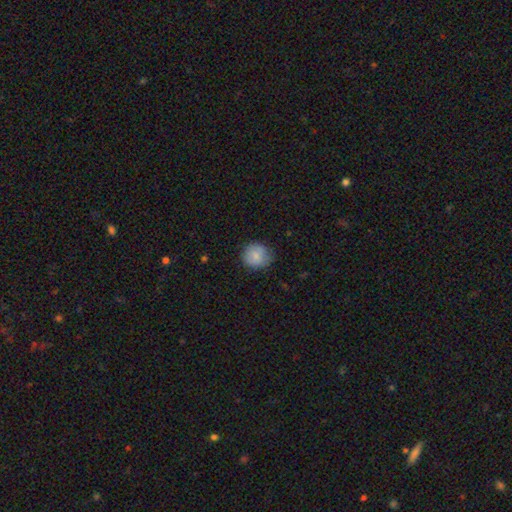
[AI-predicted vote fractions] A smooth galaxy with no disk features (84%) that is round (87%). Merging: none (76%).